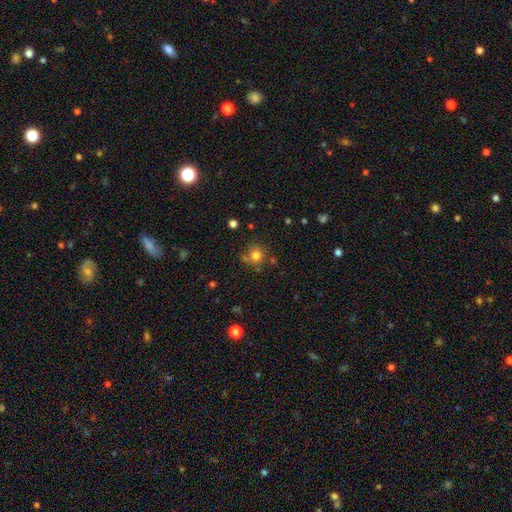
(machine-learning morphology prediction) Smooth or featured: smooth — 78% (star or artifact — 14%)
How rounded: round — 89% (in between — 10%)
Merging: none — 70% (minor disturbance — 14%)